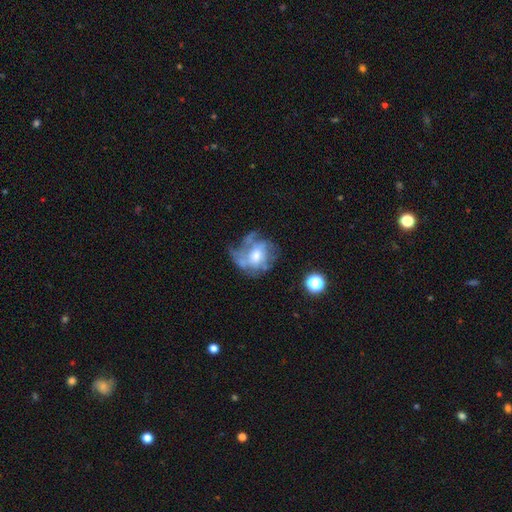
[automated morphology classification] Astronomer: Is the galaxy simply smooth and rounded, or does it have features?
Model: featured or disk — 65%.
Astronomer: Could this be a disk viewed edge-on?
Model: no — 97%.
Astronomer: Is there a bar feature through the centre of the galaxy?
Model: no — 69%.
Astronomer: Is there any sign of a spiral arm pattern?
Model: yes — 59% (runner-up: no, 41%).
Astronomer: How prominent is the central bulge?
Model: moderate — 55%.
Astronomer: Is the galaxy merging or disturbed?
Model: none — 38% (runner-up: major disturbance, 32%).